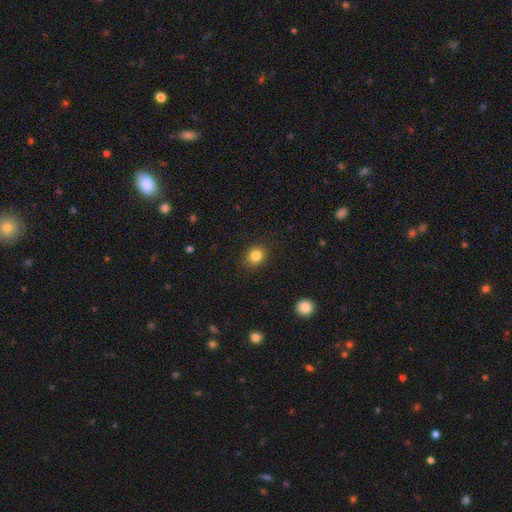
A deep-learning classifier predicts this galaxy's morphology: Q: Smooth or featured?
A: smooth (83%); runner-up: star or artifact (11%)
Q: How rounded?
A: round (67%); runner-up: in between (32%)
Q: Merging?
A: none (87%); runner-up: minor disturbance (9%)